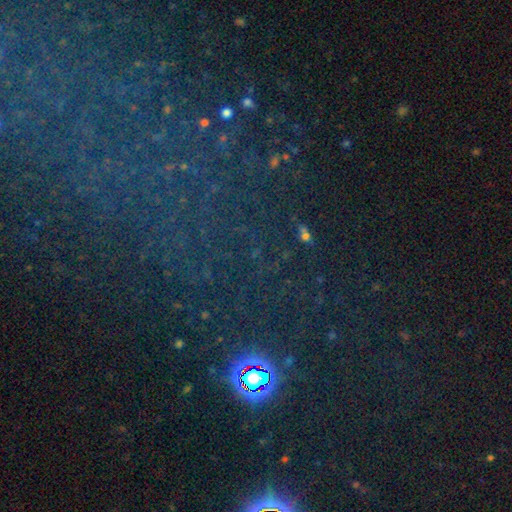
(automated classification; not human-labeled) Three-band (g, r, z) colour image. It shows a star or artifact, not a galaxy (76%).